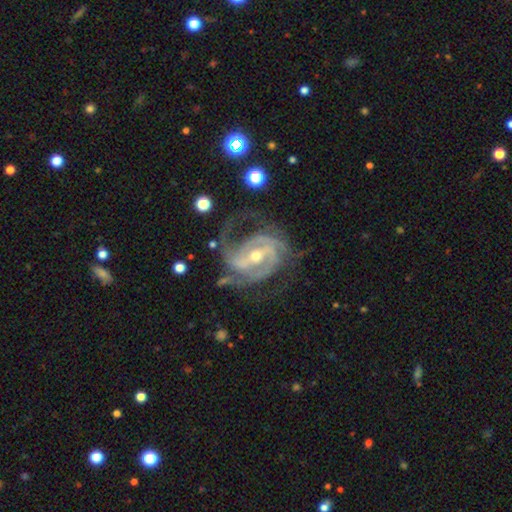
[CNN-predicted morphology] A featured or disk galaxy (92%) with a strong bar (47%), 2 (39%) medium (46%) spiral arms (97%) and a small central bulge (50%).

Vote fractions:
- Smooth or featured? featured or disk: 92% / star or artifact: 5% / smooth: 4%
- Edge-on disk? no: 97% / yes: 3%
- Bar? strong: 47% / weak: 38% / no: 15%
- Spiral arms? yes: 97% / no: 3%
- Spiral winding? medium: 46% / tight: 42% / loose: 11%
- Spiral arm count? 2: 39% / 3: 33% / can't tell: 11% / 4: 8% / 1: 5% / more than 4: 4%
- Bulge size? small: 50% / moderate: 47% / large: 1% / none: 1% / dominant: 1%
- Merging? none: 56% / minor disturbance: 21% / major disturbance: 20% / merger: 2%